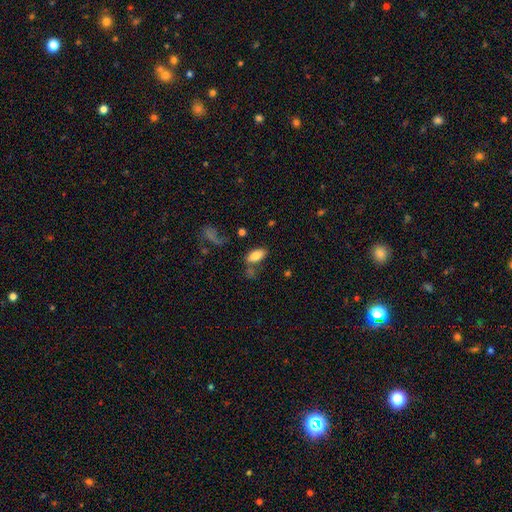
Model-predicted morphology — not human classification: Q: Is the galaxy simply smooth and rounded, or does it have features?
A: smooth — 80%.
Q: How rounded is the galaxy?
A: in between — 91%.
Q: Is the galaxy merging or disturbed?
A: none — 64%.